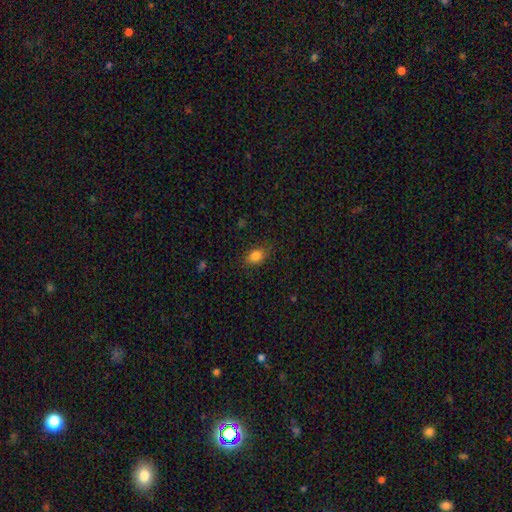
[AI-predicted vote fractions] Smooth or featured: smooth — 83% (star or artifact — 11%)
How rounded: in between — 70% (round — 29%)
Merging: none — 83% (minor disturbance — 13%)